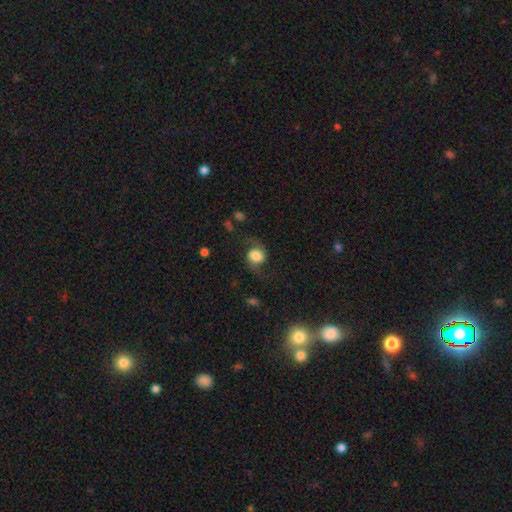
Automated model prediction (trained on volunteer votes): Overall: featured or disk (61%; smooth 30%). Edge-on disk: no (97%). Bar: no (60%; weak 31%). Spiral arms: yes (93%). Spiral arm count: 2 (93%). Spiral winding: loose (76%). Bulge size: large (44%; moderate 22%). Merging: none (69%).